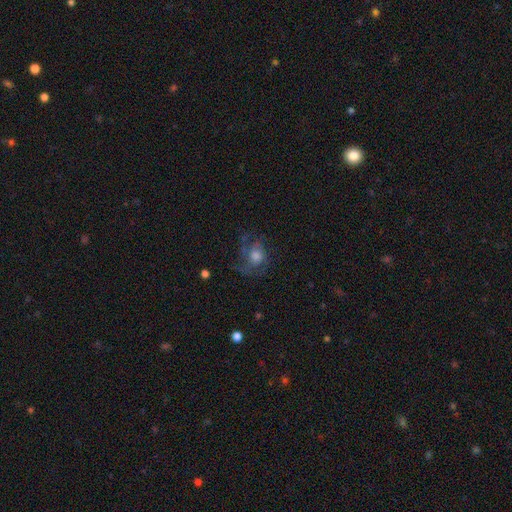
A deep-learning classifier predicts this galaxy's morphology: A featured or disk galaxy (62%) with no bar (80%), spiral arms (82%) and a moderate central bulge (48%).

Vote fractions:
- Smooth or featured? featured or disk: 62% / smooth: 26% / star or artifact: 12%
- Edge-on disk? no: 97% / yes: 3%
- Bar? no: 80% / weak: 18% / strong: 3%
- Spiral arms? yes: 82% / no: 18%
- Bulge size? moderate: 48% / large: 30% / small: 13% / none: 6% / dominant: 3%
- Merging? none: 56% / major disturbance: 24% / minor disturbance: 18% / merger: 2%